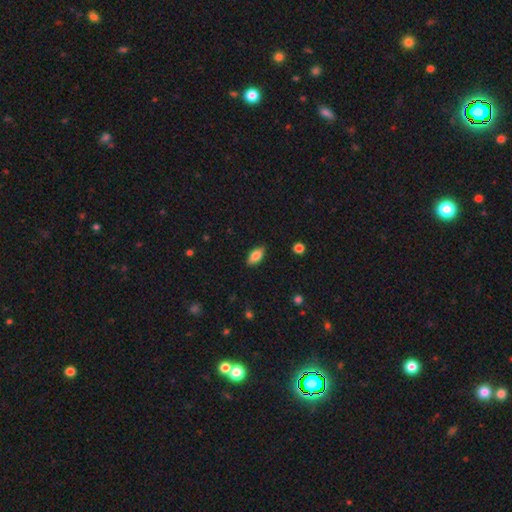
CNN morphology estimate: Smooth or featured?
  - smooth: 83% *
  - featured or disk: 10%
  - star or artifact: 7%
How rounded?
  - in between: 91% *
  - cigar-shaped: 6%
  - round: 3%
Merging?
  - none: 88% *
  - minor disturbance: 9%
  - major disturbance: 2%
  - merger: 1%